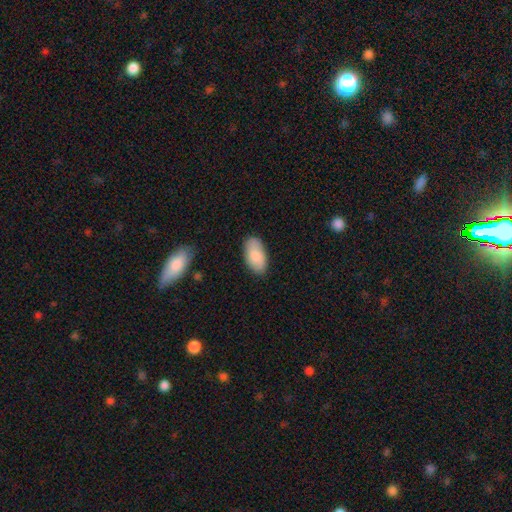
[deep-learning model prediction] Smooth or featured? smooth (83%)
How rounded? in between (95%)
Merging? none (84%)